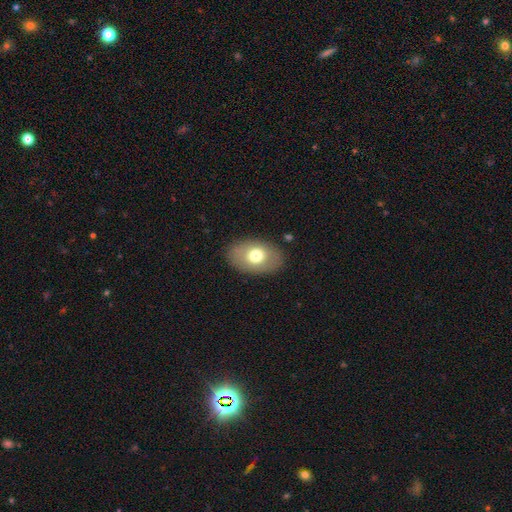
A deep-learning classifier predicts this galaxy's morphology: Q: Smooth or featured?
A: smooth (68%); runner-up: featured or disk (24%)
Q: How rounded?
A: in between (84%); runner-up: round (15%)
Q: Merging?
A: none (84%); runner-up: minor disturbance (11%)